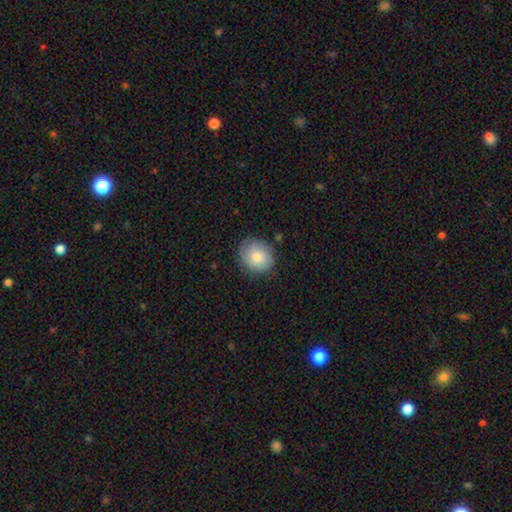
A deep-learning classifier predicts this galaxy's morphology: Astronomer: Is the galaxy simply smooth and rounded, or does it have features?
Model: smooth — 74%.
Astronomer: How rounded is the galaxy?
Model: round — 72%.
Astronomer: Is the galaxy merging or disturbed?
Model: none — 77%.